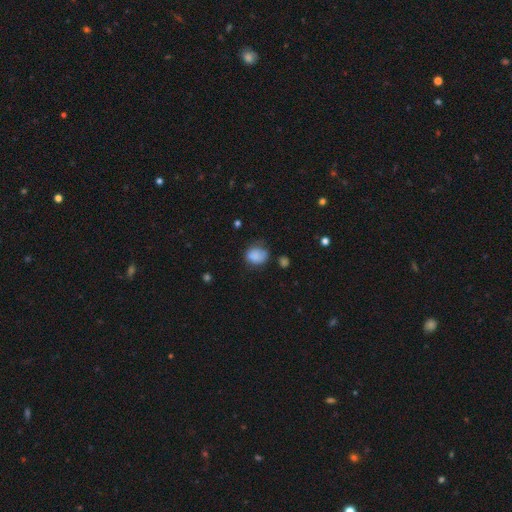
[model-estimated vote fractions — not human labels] Smooth or featured? smooth (82%)
How rounded? round (60%)
Merging? none (56%)